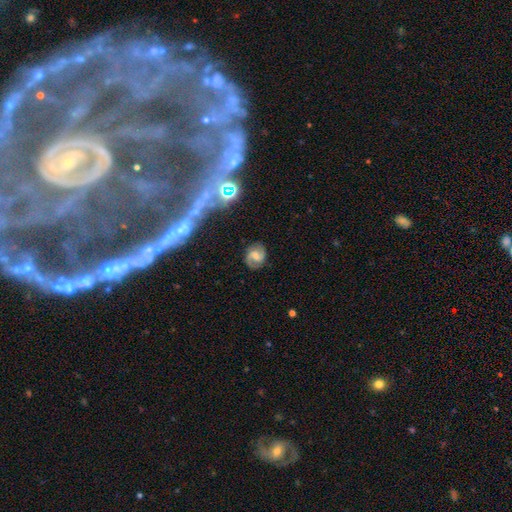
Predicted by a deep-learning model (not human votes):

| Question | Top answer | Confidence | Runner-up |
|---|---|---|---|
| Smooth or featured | featured or disk | 73% | smooth (18%) |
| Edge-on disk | no | 98% | yes (2%) |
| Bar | weak | 51% | no (32%) |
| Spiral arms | yes | 94% | no (6%) |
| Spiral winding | medium | 52% | tight (30%) |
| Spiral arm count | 2 | 89% | can't tell (6%) |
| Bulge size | moderate | 46% | small (36%) |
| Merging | none | 82% | minor disturbance (13%) |